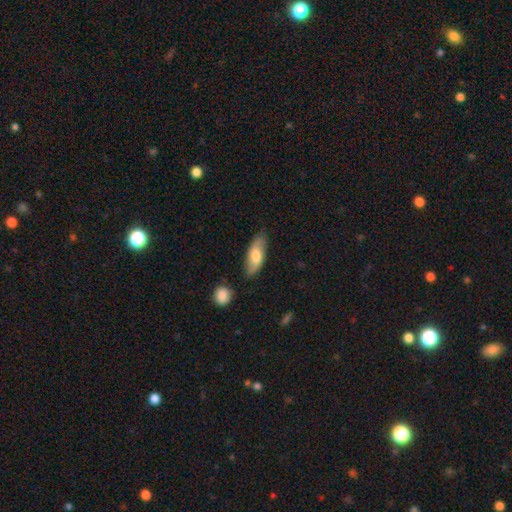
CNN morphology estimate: Smooth or featured?
  - smooth: 70% *
  - featured or disk: 24%
  - star or artifact: 6%
How rounded?
  - in between: 74% *
  - cigar-shaped: 24%
  - round: 3%
Merging?
  - none: 76% *
  - minor disturbance: 17%
  - merger: 4%
  - major disturbance: 3%